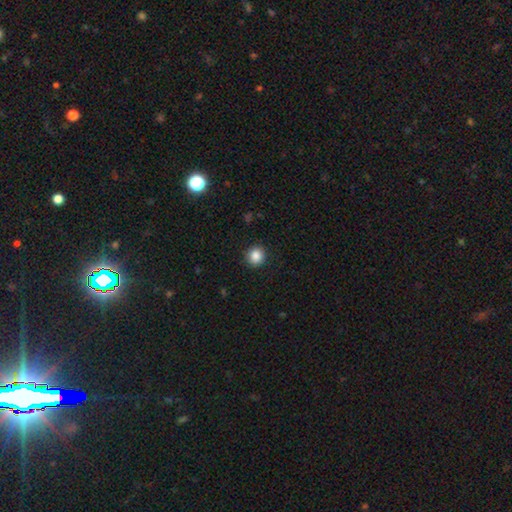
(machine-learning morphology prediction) Q: Smooth or featured?
A: smooth (86%); runner-up: star or artifact (10%)
Q: How rounded?
A: round (90%); runner-up: in between (9%)
Q: Merging?
A: none (91%); runner-up: minor disturbance (6%)